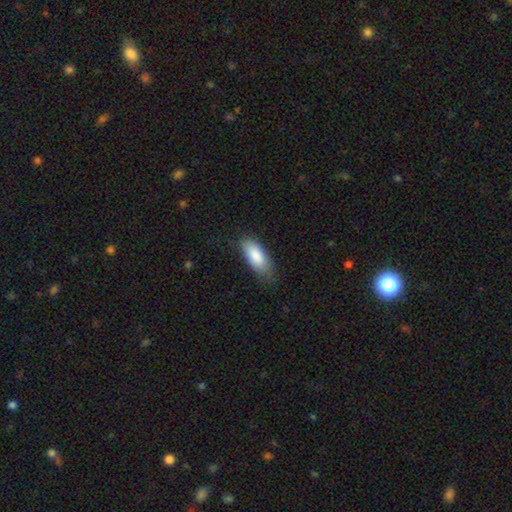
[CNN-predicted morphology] Overall: smooth (86%). How rounded: in between (82%). Merging: none (69%).